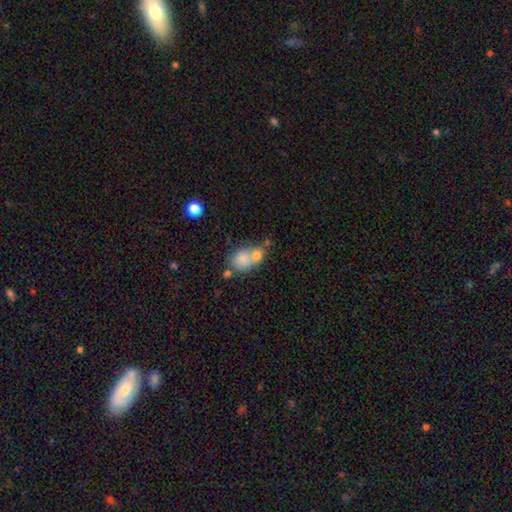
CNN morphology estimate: A smooth galaxy with no disk features (73%) that is round (52%).

Vote fractions:
- Smooth or featured? smooth: 73% / featured or disk: 16% / star or artifact: 10%
- How rounded? round: 52% / in between: 47% / cigar-shaped: 2%
- Merging? merger: 54% / none: 32% / minor disturbance: 10% / major disturbance: 5%